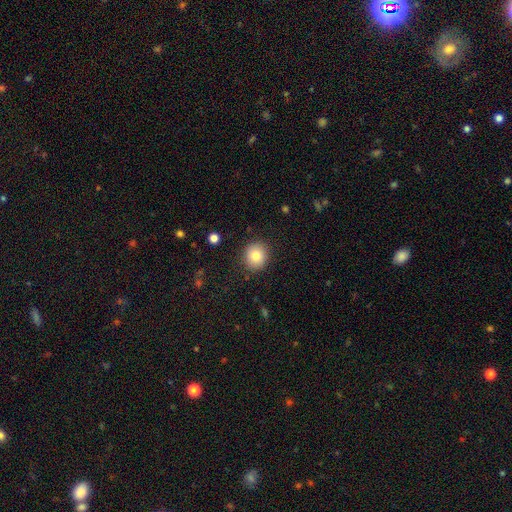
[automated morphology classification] smooth-or-featured: smooth: 81% | star or artifact: 10% | featured or disk: 9%
  how-rounded: round: 86% | in between: 13% | cigar-shaped: 1%
  merging: none: 89% | minor disturbance: 7% | major disturbance: 2% | merger: 1%